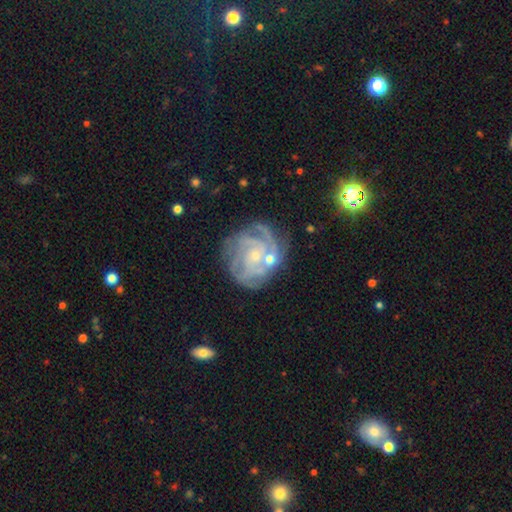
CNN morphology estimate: The model was most divided on "spiral arm count": 4: 26%, can't tell: 24%, 3: 22%, more than 4: 11%, 2: 11%, 1: 6%. More confident: edge-on disk — no (98%); spiral arms — yes (96%); smooth or featured — featured or disk (85%); bulge size — small (78%); spiral winding — tight (72%); bar — no (71%); merging — none (69%).